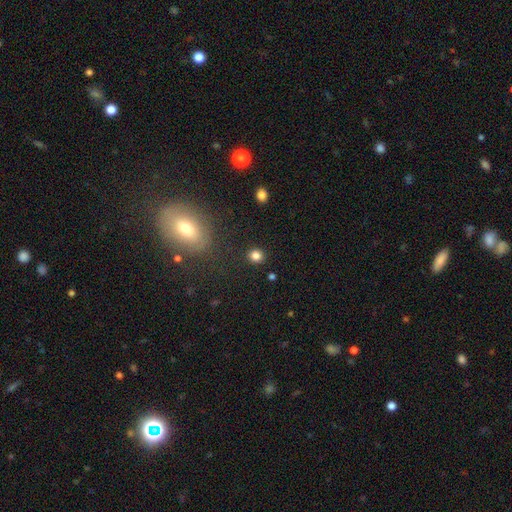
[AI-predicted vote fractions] The model was most divided on "how rounded": round: 84%, in between: 15%, cigar-shaped: 1%. More confident: merging — none (89%); smooth or featured — smooth (83%).